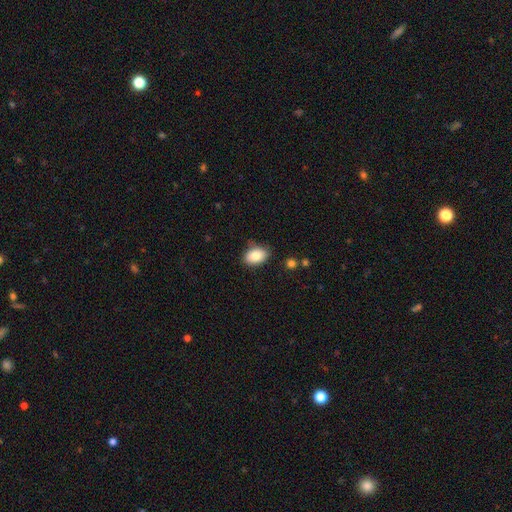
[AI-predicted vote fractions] smooth_or_featured: smooth (p=0.83) [alt: featured or disk p=0.10]
how_rounded: in between (p=0.84) [alt: round p=0.15]
merging: none (p=0.76) [alt: minor disturbance p=0.18]